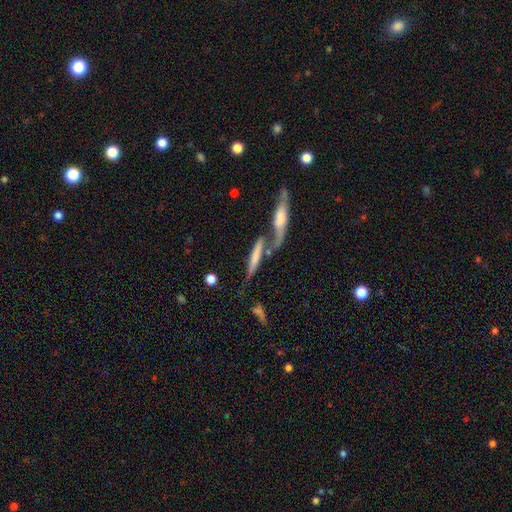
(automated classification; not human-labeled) Smooth or featured: smooth — 53% (featured or disk — 38%)
How rounded: cigar-shaped — 84% (in between — 13%)
Merging: merger — 48% (none — 34%)